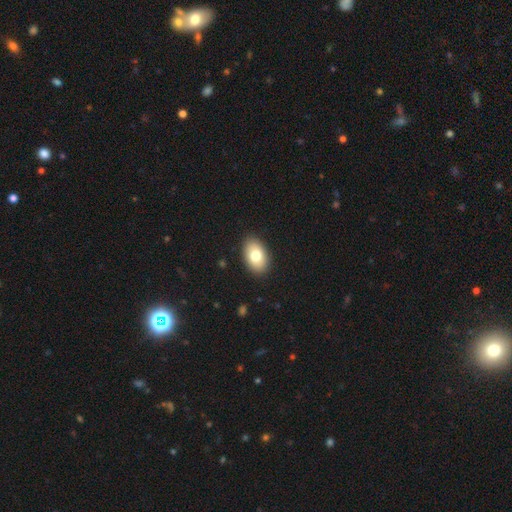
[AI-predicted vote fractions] This is likely a smooth galaxy (77%). How rounded: clearly in between (90%). Merging: clearly none (89%).